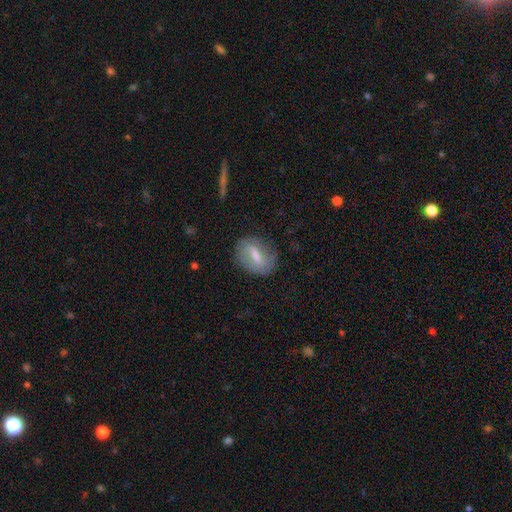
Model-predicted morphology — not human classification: type=smooth (46%); merging=none (76%).